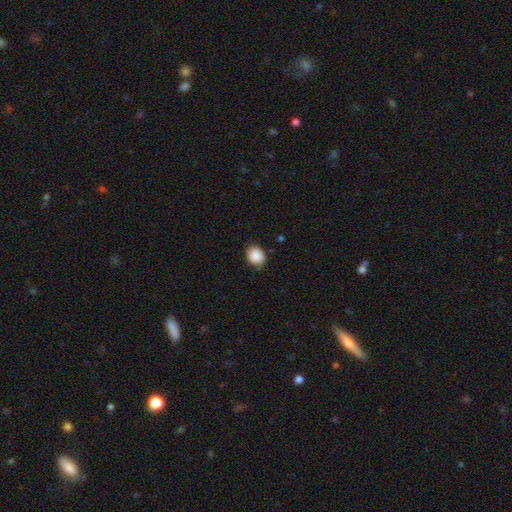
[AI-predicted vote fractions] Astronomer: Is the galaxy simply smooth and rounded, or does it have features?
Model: smooth — 88%.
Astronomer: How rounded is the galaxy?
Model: round — 52% (runner-up: in between, 47%).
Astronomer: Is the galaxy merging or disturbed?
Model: none — 76%.